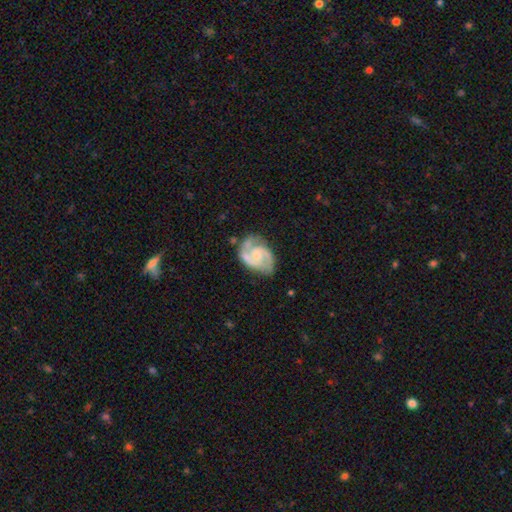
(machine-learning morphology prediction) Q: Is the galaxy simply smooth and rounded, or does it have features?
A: featured or disk — 89%.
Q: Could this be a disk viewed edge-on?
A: no — 98%.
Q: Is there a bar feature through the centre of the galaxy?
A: no — 50%.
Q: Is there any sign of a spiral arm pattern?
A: yes — 98%.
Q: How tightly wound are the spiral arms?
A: medium — 57%.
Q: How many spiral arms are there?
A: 2 — 90%.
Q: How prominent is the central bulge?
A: small — 52%.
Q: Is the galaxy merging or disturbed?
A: none — 71%.